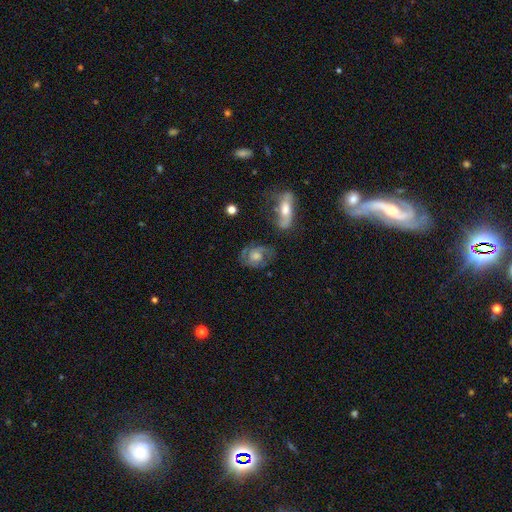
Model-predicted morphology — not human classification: smooth_or_featured: featured or disk (p=0.70) [alt: smooth p=0.21]
disk_edge_on: no (p=0.95) [alt: yes p=0.05]
bar: no (p=0.70) [alt: weak p=0.25]
has_spiral_arms: yes (p=0.83) [alt: no p=0.17]
spiral_winding: medium (p=0.44) [alt: tight p=0.41]
spiral_arm_count: 2 (p=0.69) [alt: can't tell p=0.18]
bulge_size: moderate (p=0.56) [alt: small p=0.20]
merging: none (p=0.67) [alt: minor disturbance p=0.18]